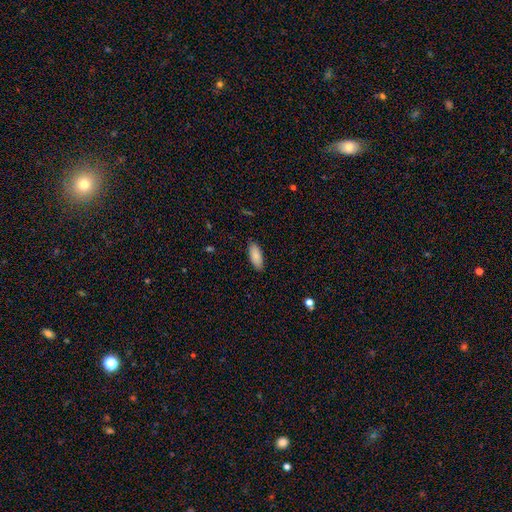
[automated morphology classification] smooth 86%, featured or disk 8%, star or artifact 6%. Down the decision tree: how rounded — in between (80%); merging — none (88%).